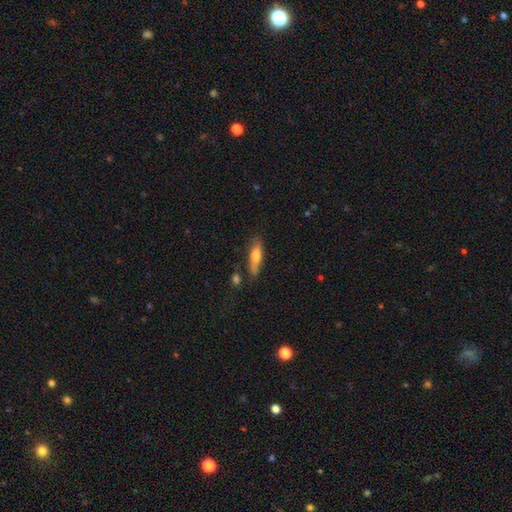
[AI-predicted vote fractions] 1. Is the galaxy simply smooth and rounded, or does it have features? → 62% smooth, 31% featured or disk, 7% star or artifact.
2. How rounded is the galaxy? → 69% cigar-shaped, 29% in between, 2% round.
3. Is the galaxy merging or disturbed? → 72% none, 19% minor disturbance, 5% merger, 4% major disturbance.